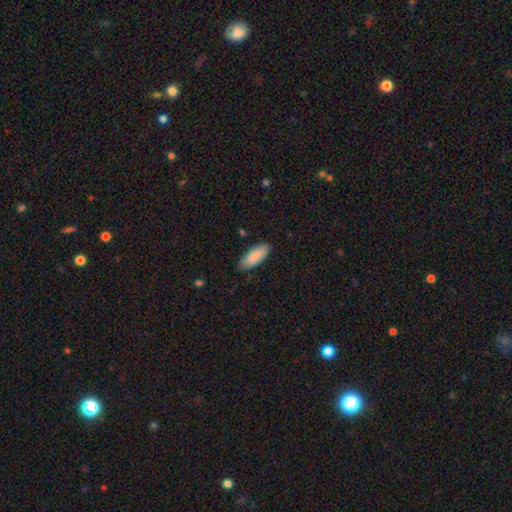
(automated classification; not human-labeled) Morphology: type=smooth (88%); roundness=in between (80%); merging=none (86%).